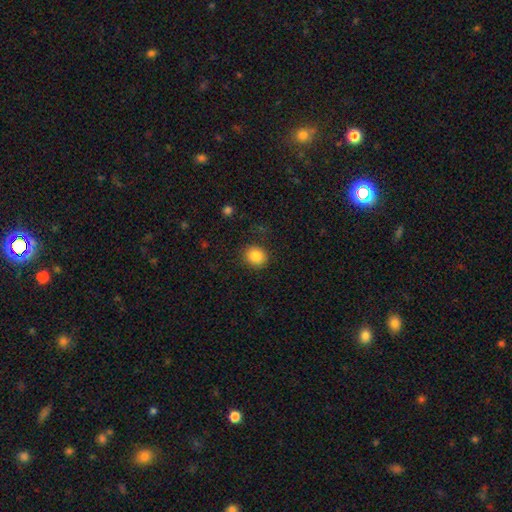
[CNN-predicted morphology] Q: Smooth or featured?
A: smooth (85%); runner-up: star or artifact (10%)
Q: How rounded?
A: round (77%); runner-up: in between (22%)
Q: Merging?
A: none (87%); runner-up: minor disturbance (9%)